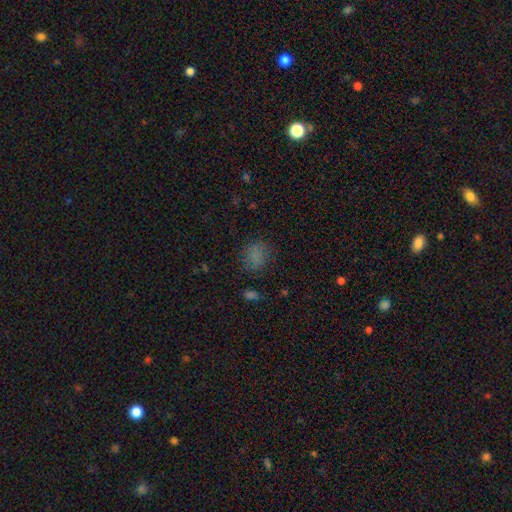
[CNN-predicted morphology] Overall: smooth (74%). How rounded: round (58%; in between 41%). Merging: none (73%).